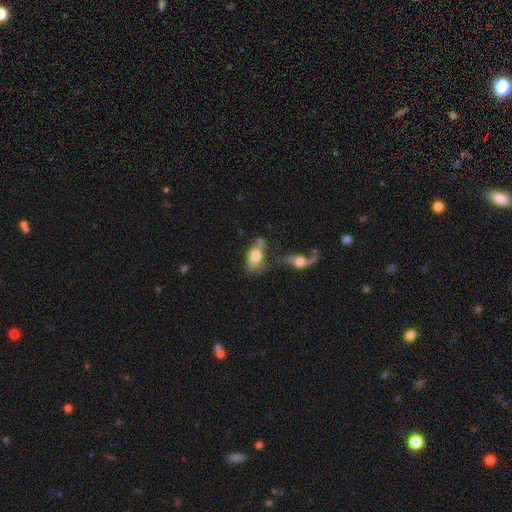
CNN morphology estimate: This is likely a smooth galaxy (61%). How rounded: clearly in between (85%). Merging: marginally merger (37%).